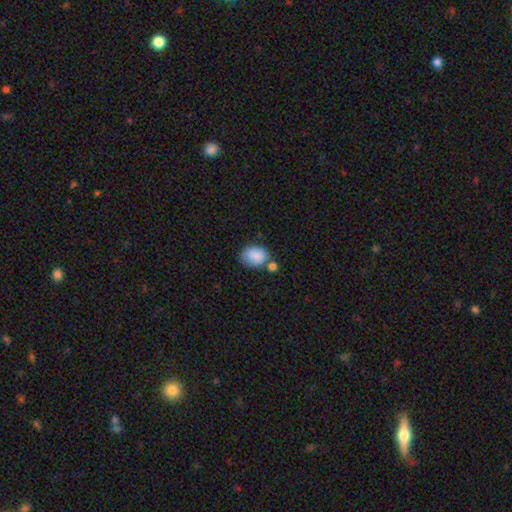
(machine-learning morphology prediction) Smooth or featured? smooth (87%)
How rounded? in between (62%)
Merging? none (55%)